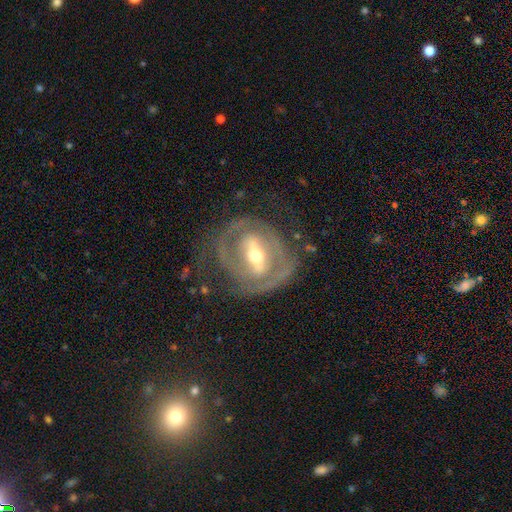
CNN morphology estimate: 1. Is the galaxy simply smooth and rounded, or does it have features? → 80% featured or disk, 14% smooth, 6% star or artifact.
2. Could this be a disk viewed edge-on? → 92% no, 8% yes.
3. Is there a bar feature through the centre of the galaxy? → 57% strong, 29% weak, 15% no.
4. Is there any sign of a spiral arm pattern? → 58% yes, 42% no.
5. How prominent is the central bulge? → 57% moderate, 36% small, 4% large, 1% dominant, 1% none.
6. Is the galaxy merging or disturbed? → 63% none, 18% minor disturbance, 17% major disturbance, 2% merger.